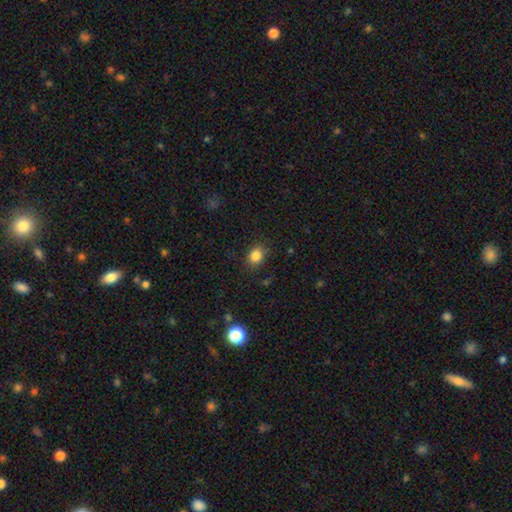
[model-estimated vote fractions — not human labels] A smooth galaxy with no disk features (84%) that is in between round and cigar-shaped (50%).

Vote fractions:
- Smooth or featured? smooth: 84% / star or artifact: 11% / featured or disk: 5%
- How rounded? in between: 50% / round: 49% / cigar-shaped: 1%
- Merging? none: 85% / minor disturbance: 11% / major disturbance: 3% / merger: 1%